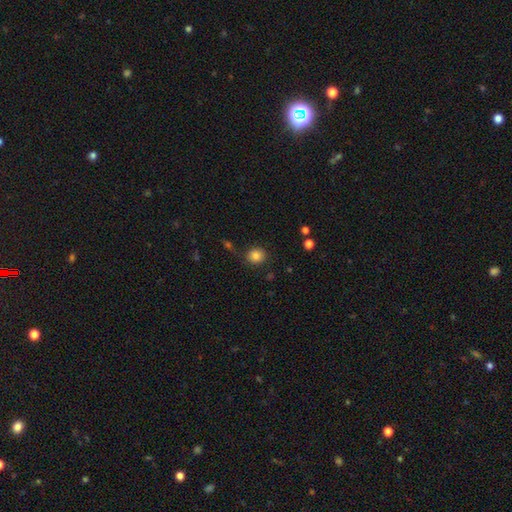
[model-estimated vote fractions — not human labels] Q: Smooth or featured?
A: smooth (83%); runner-up: star or artifact (11%)
Q: How rounded?
A: round (85%); runner-up: in between (14%)
Q: Merging?
A: none (82%); runner-up: minor disturbance (11%)